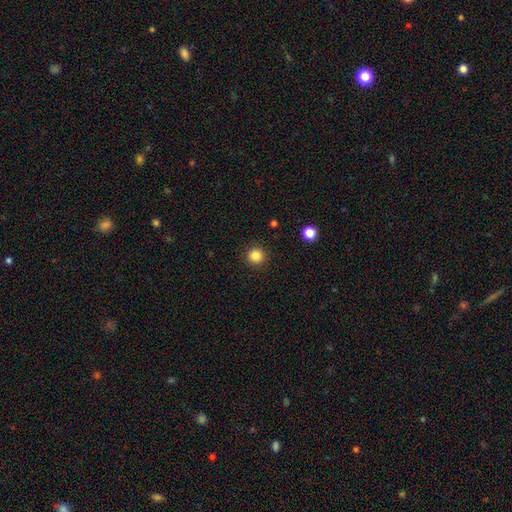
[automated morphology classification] Smooth or featured? smooth (84%)
How rounded? round (96%)
Merging? none (92%)